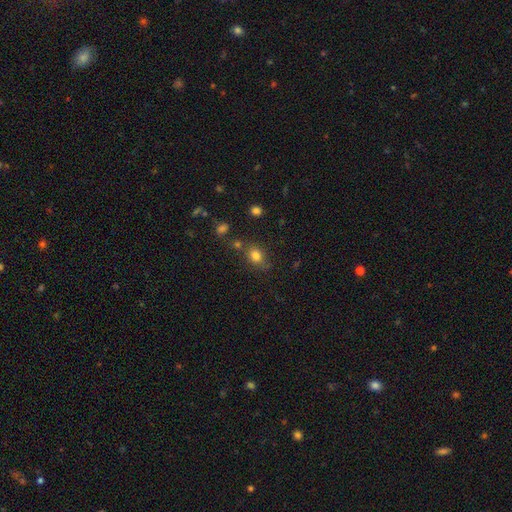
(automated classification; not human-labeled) Q: Smooth or featured?
A: smooth (80%); runner-up: star or artifact (13%)
Q: How rounded?
A: round (50%); runner-up: in between (48%)
Q: Merging?
A: none (69%); runner-up: minor disturbance (17%)